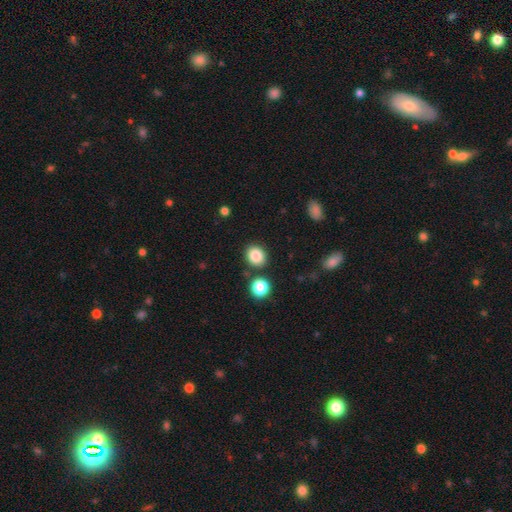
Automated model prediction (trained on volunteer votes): Q: Smooth or featured?
A: smooth (85%); runner-up: star or artifact (10%)
Q: How rounded?
A: round (66%); runner-up: in between (33%)
Q: Merging?
A: none (82%); runner-up: minor disturbance (9%)